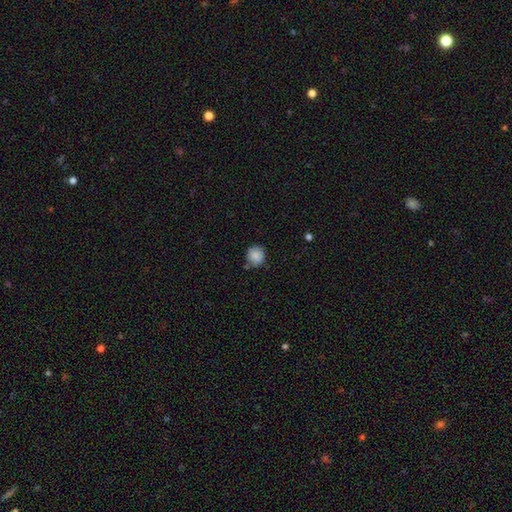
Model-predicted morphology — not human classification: The model was most divided on "merging": none: 73%, minor disturbance: 18%, merger: 6%, major disturbance: 4%. More confident: how rounded — round (87%); smooth or featured — smooth (85%).